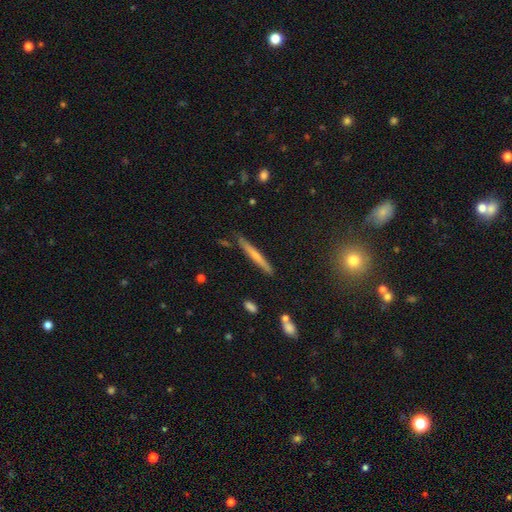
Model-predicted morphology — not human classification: Smooth or featured? smooth (49%)
Merging? none (86%)